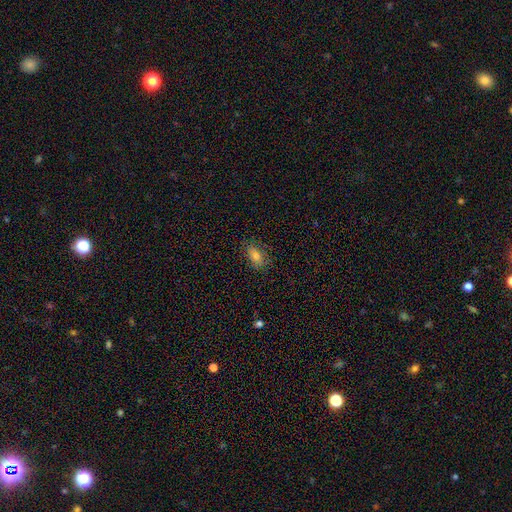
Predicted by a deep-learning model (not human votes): A smooth galaxy with no disk features (70%) that is in between round and cigar-shaped (84%). Merging: none (81%).